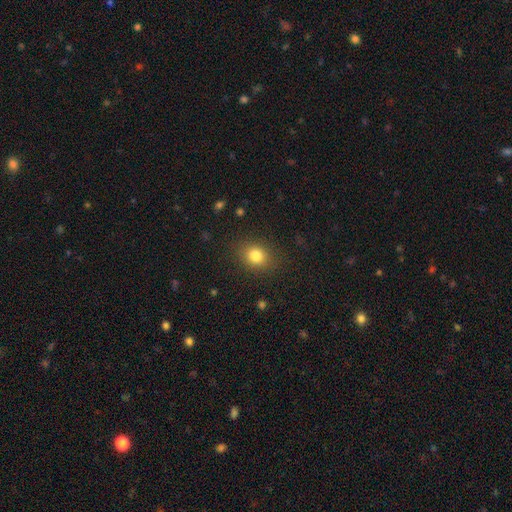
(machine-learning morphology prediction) Smooth or featured? Predicted: smooth (p=0.81). How rounded? Predicted: round (p=0.56). Merging? Predicted: none (p=0.85).